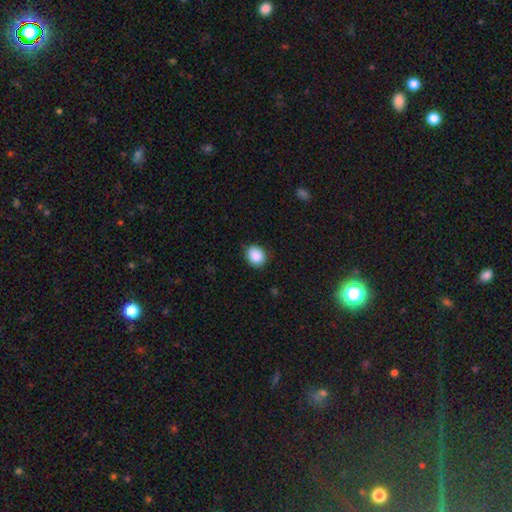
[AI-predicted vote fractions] This appears to be a smooth galaxy with no disk features (89%) that is round (63%). Merging: none (84%).